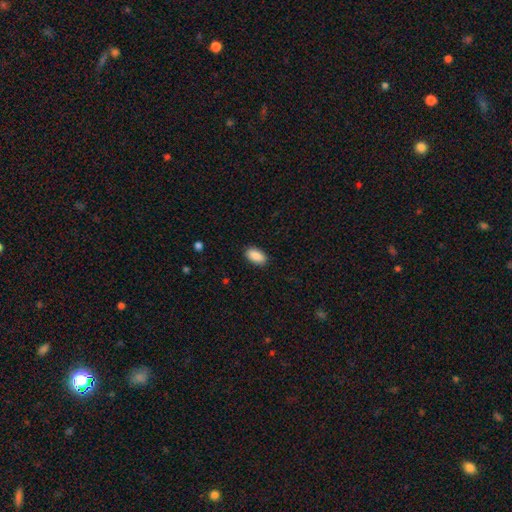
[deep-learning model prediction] Smooth or featured?
  - smooth: 90% *
  - star or artifact: 7%
  - featured or disk: 4%
How rounded?
  - in between: 94% *
  - round: 4%
  - cigar-shaped: 2%
Merging?
  - none: 88% *
  - minor disturbance: 9%
  - major disturbance: 2%
  - merger: 1%